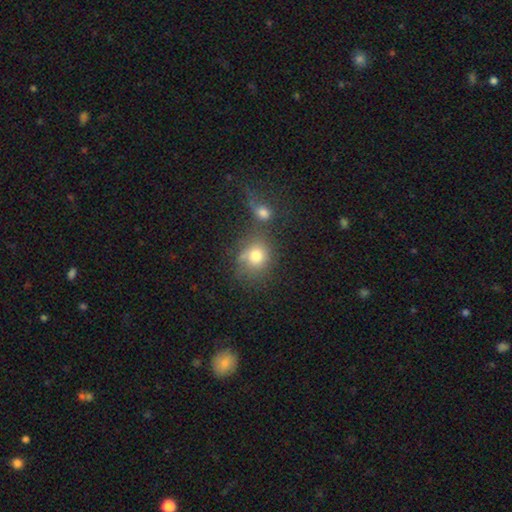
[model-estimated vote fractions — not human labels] smooth 74%, star or artifact 14%, featured or disk 12%. Down the decision tree: how rounded — round (71%); merging — none (45%).